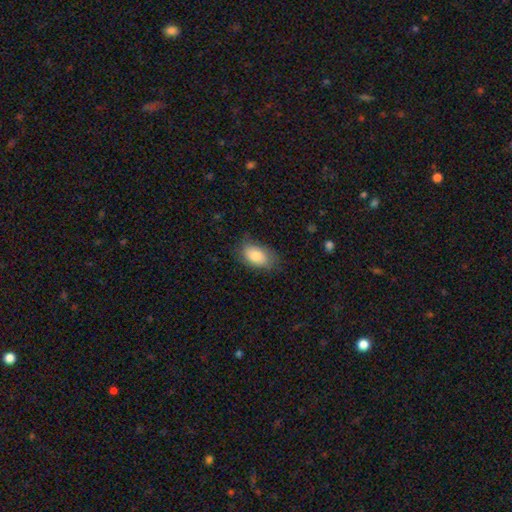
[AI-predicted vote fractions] Q: Smooth or featured?
A: smooth (80%); runner-up: featured or disk (13%)
Q: How rounded?
A: in between (91%); runner-up: round (8%)
Q: Merging?
A: none (69%); runner-up: minor disturbance (23%)